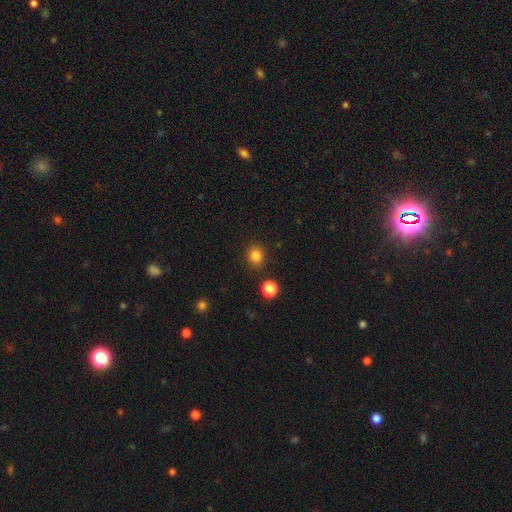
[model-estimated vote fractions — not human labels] A smooth galaxy with no disk features (83%) that is round (79%). Merging: none (86%).